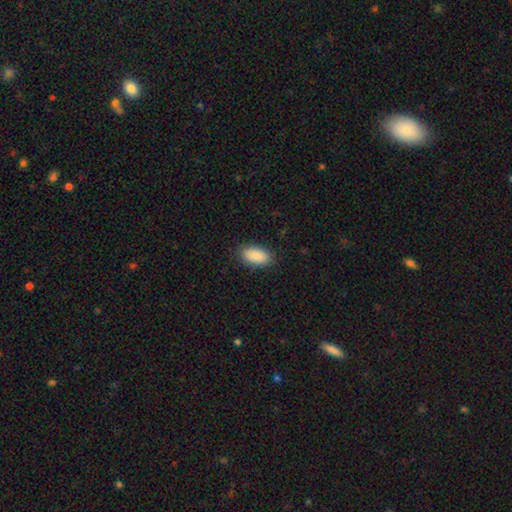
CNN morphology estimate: Overall: smooth (90%). How rounded: in between (93%). Merging: none (88%).